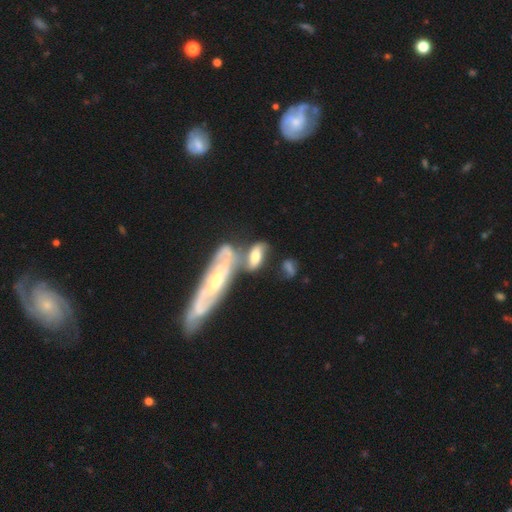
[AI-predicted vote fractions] Smooth or featured? smooth (49%)
Merging? merger (41%)